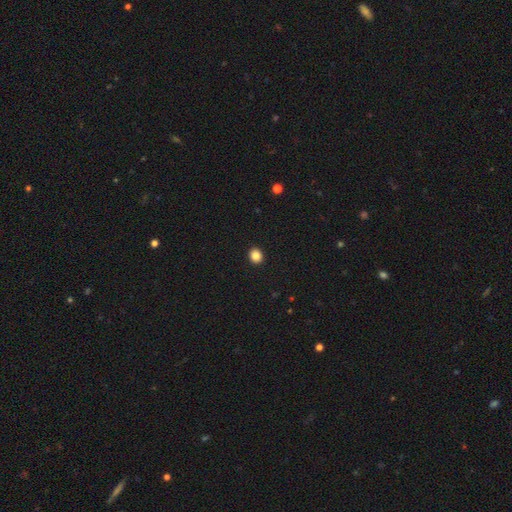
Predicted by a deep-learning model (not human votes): smooth 85%, star or artifact 11%, featured or disk 4%. Down the decision tree: how rounded — round (74%); merging — none (93%).